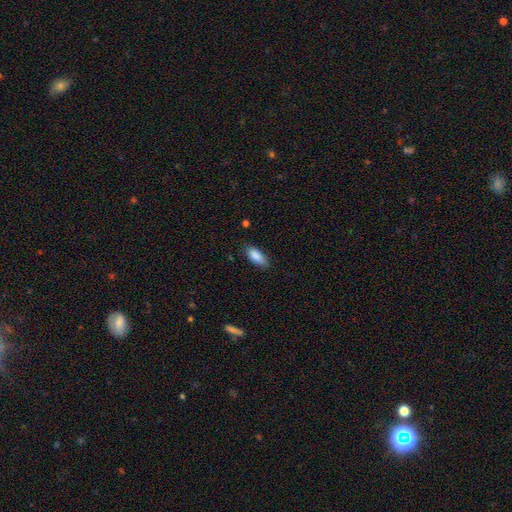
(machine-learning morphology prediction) This appears to be a smooth galaxy with no disk features (88%) that is in between round and cigar-shaped (85%). Merging: none (78%).